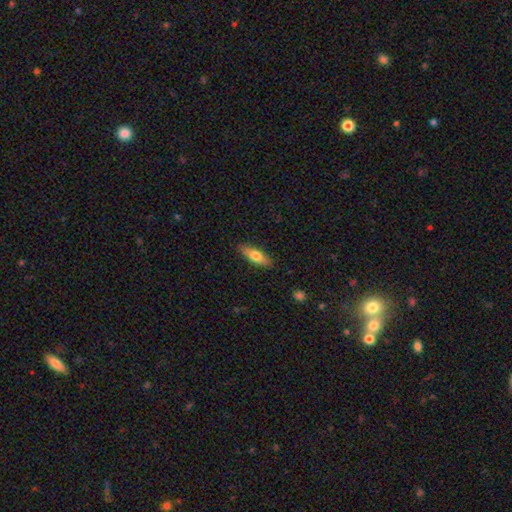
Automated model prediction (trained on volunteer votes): smooth 67%, featured or disk 27%, star or artifact 6%. Down the decision tree: how rounded — in between (54%); merging — none (87%).